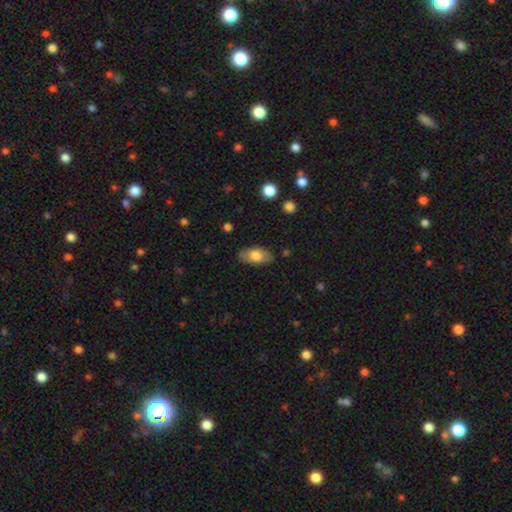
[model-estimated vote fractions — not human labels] Smooth or featured? Predicted: smooth (p=0.69). How rounded? Predicted: in between (p=0.92). Merging? Predicted: none (p=0.82).